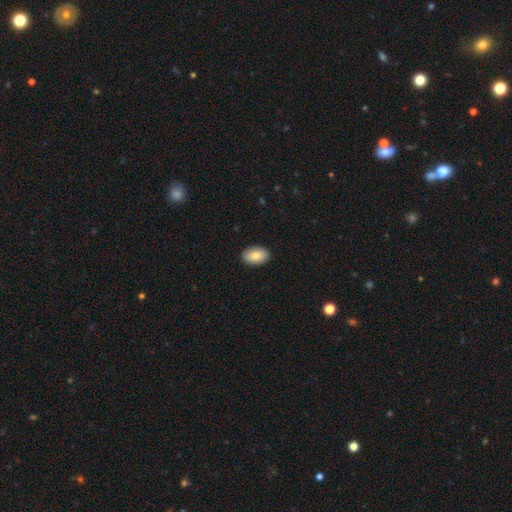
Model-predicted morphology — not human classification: Overall: smooth (83%). How rounded: in between (92%). Merging: none (90%).